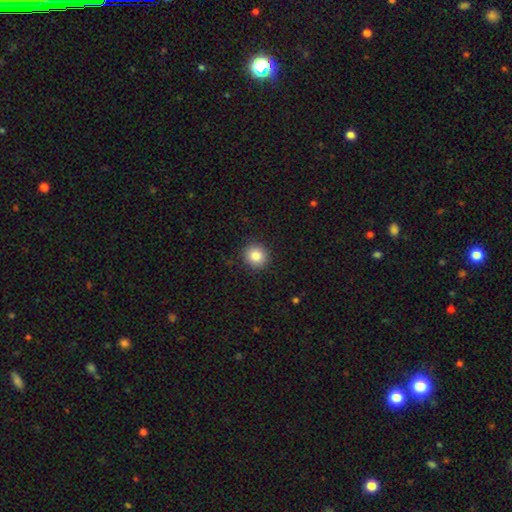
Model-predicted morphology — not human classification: Smooth or featured? Predicted: smooth (p=0.84). How rounded? Predicted: round (p=0.88). Merging? Predicted: none (p=0.91).